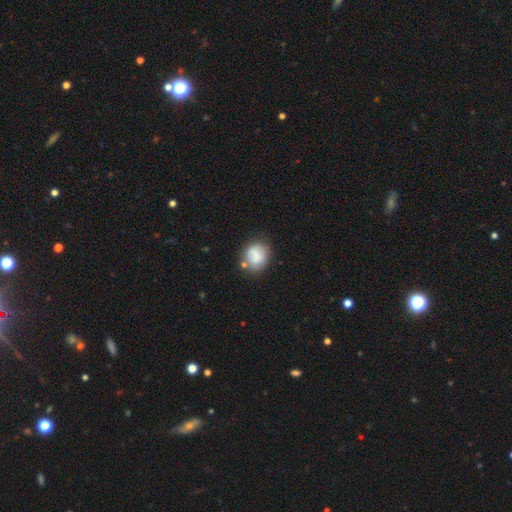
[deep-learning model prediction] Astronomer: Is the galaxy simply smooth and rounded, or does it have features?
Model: smooth — 70%.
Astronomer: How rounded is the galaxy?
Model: round — 67%.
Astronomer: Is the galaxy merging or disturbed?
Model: none — 61%.